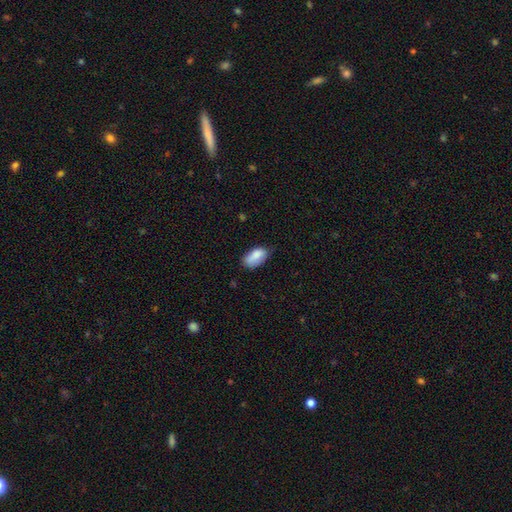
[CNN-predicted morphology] Q: Smooth or featured?
A: smooth (84%); runner-up: featured or disk (8%)
Q: How rounded?
A: in between (93%); runner-up: cigar-shaped (4%)
Q: Merging?
A: none (57%); runner-up: minor disturbance (34%)